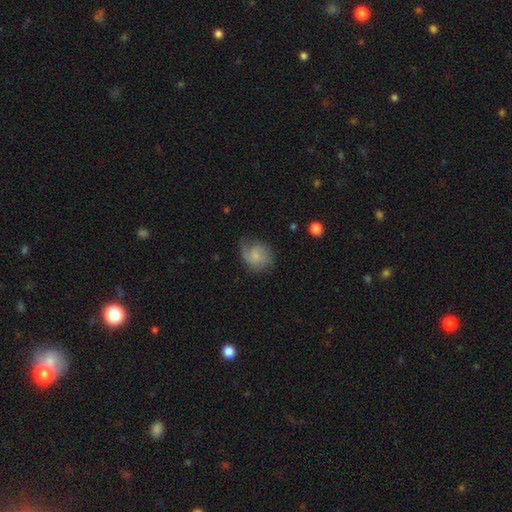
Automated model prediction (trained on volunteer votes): This is possibly a featured or disk galaxy (51%). It is clearly not viewed edge-on (98%). Merging: possibly none (56%).